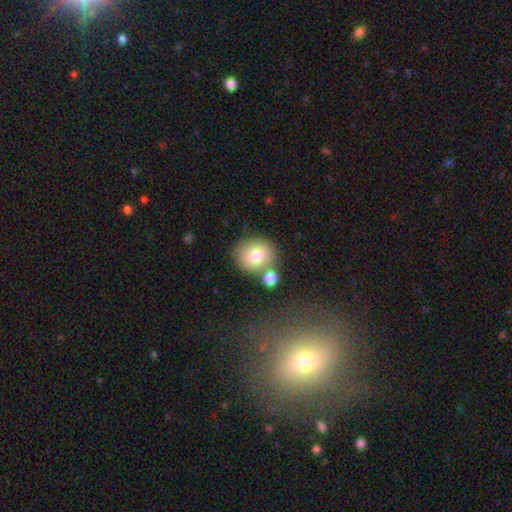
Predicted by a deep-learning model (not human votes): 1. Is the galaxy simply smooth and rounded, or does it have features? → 77% smooth, 14% featured or disk, 9% star or artifact.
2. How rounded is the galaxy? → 76% round, 23% in between, 1% cigar-shaped.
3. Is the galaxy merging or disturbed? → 64% none, 20% merger, 12% minor disturbance, 4% major disturbance.